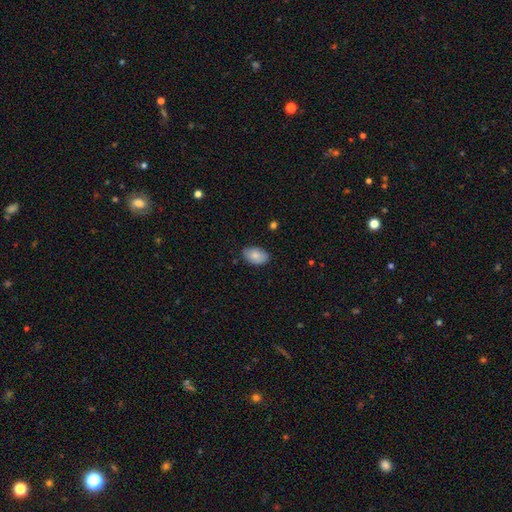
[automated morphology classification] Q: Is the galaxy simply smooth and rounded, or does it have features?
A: smooth — 81%.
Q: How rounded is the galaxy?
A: in between — 90%.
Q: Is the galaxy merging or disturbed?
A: none — 79%.